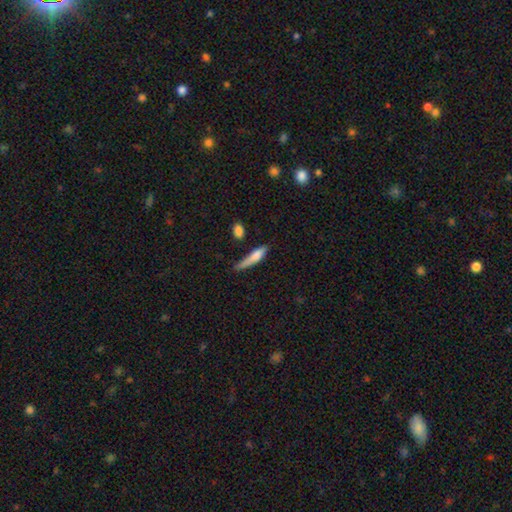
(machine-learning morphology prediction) A smooth galaxy with no disk features (69%) that is cigar-shaped (78%).

Vote fractions:
- Smooth or featured? smooth: 69% / featured or disk: 24% / star or artifact: 7%
- How rounded? cigar-shaped: 78% / in between: 20% / round: 2%
- Merging? none: 49% / minor disturbance: 31% / major disturbance: 12% / merger: 8%